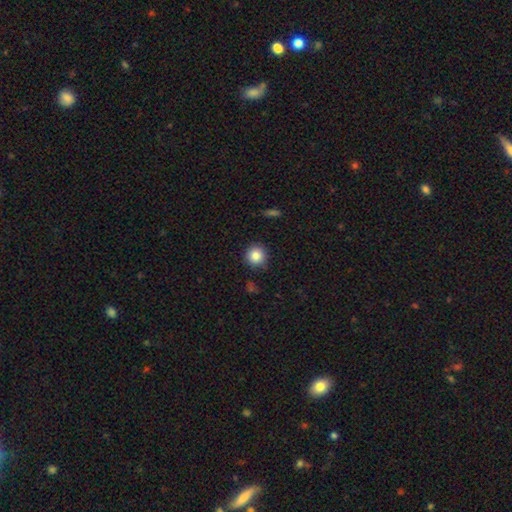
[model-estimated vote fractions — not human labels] Smooth or featured: smooth — 84% (star or artifact — 10%)
How rounded: round — 94% (in between — 5%)
Merging: none — 89% (minor disturbance — 7%)